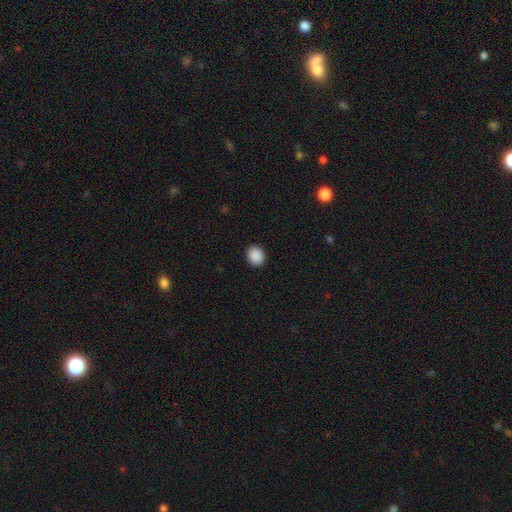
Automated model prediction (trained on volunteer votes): Overall: smooth (90%). How rounded: round (69%; in between 30%). Merging: none (91%).